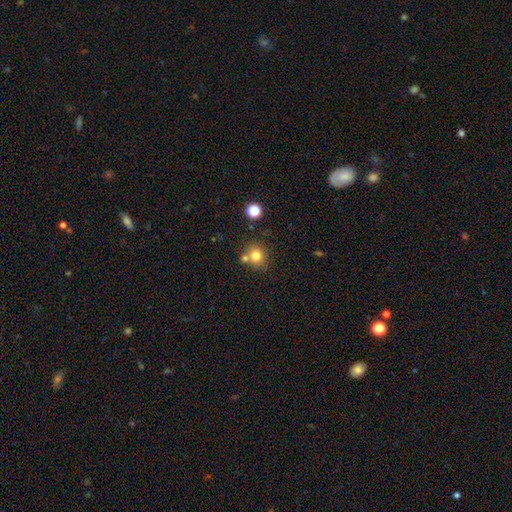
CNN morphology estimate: Smooth or featured? smooth (78%)
How rounded? round (85%)
Merging? none (65%)